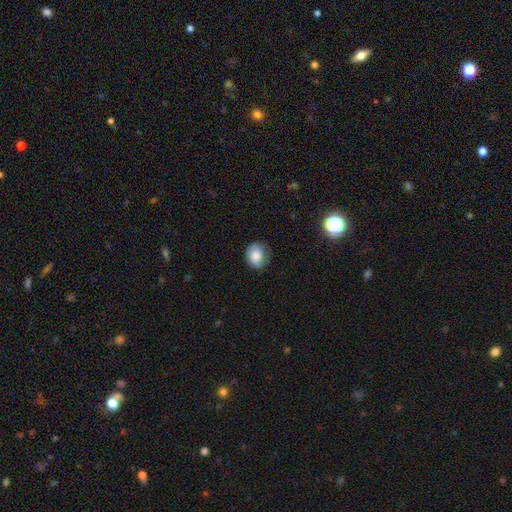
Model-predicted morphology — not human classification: A smooth galaxy with no disk features (76%) that is round (64%).

Vote fractions:
- Smooth or featured? smooth: 76% / featured or disk: 16% / star or artifact: 9%
- How rounded? round: 64% / in between: 35% / cigar-shaped: 1%
- Merging? none: 71% / minor disturbance: 22% / major disturbance: 6% / merger: 1%